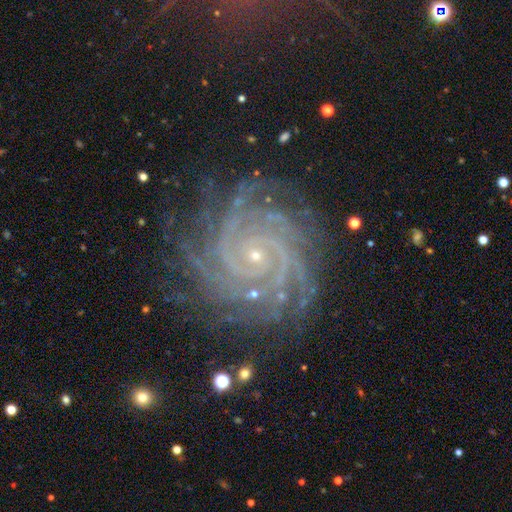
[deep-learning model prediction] Smooth or featured? featured or disk (92%)
Edge-on disk? no (98%)
Bar? no (71%)
Spiral arms? yes (99%)
Spiral winding? tight (83%)
Spiral arm count? more than 4 (27%)
Bulge size? small (87%)
Merging? none (79%)